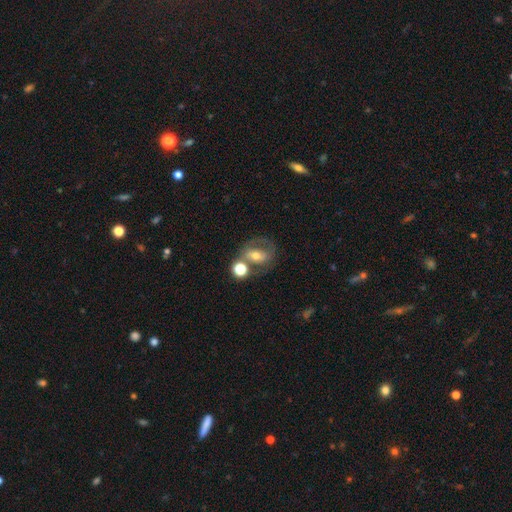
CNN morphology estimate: This appears to be a featured or disk galaxy (53%). Merging: none (47%).